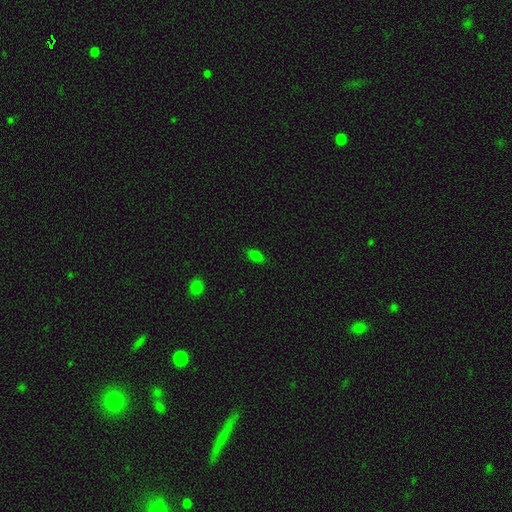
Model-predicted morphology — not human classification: This appears to be a smooth galaxy with no disk features (79%) that is in between round and cigar-shaped (89%). Merging: none (85%).